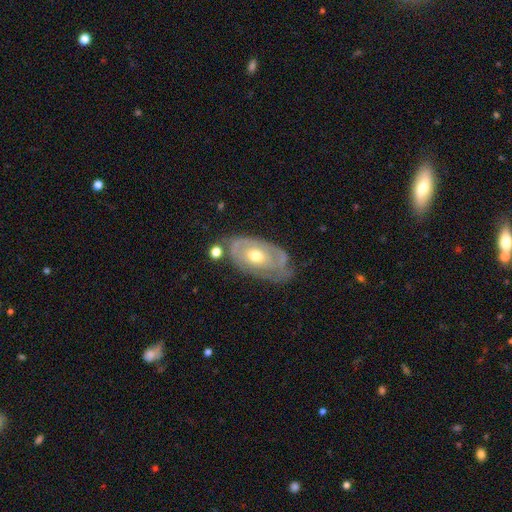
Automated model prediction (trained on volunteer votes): This appears to be a featured or disk galaxy (75%) with no bar (79%), spiral arms (70%) and a moderate central bulge (70%). Merging: none (54%).